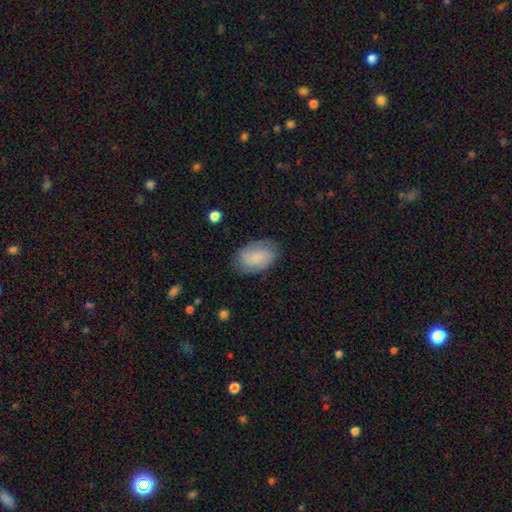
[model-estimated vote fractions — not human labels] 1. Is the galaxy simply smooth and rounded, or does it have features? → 63% smooth, 29% featured or disk, 9% star or artifact.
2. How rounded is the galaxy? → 90% in between, 9% round, 1% cigar-shaped.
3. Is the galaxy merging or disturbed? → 79% none, 16% minor disturbance, 4% major disturbance, 1% merger.